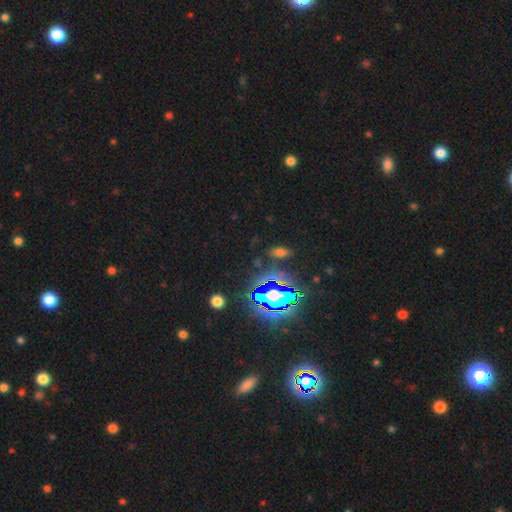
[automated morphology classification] star or artifact 81%, smooth 12%, featured or disk 8%.